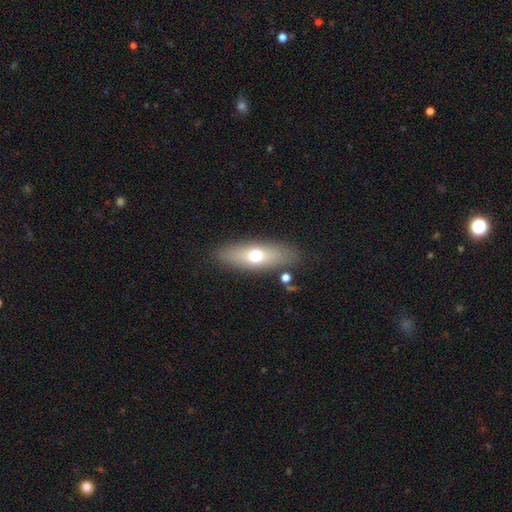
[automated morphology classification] A smooth galaxy with no disk features (61%) that is in between round and cigar-shaped (62%).

Vote fractions:
- Smooth or featured? smooth: 61% / featured or disk: 31% / star or artifact: 9%
- How rounded? in between: 62% / cigar-shaped: 32% / round: 6%
- Merging? none: 84% / minor disturbance: 9% / major disturbance: 4% / merger: 3%